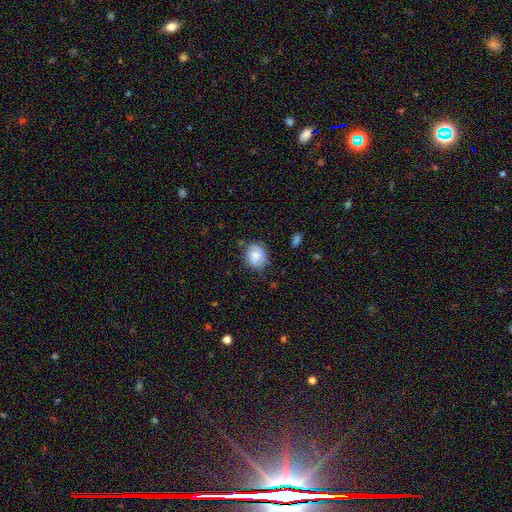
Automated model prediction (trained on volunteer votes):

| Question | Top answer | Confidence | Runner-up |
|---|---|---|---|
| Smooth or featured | smooth | 69% | featured or disk (23%) |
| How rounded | round | 61% | in between (38%) |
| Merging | none | 64% | minor disturbance (27%) |